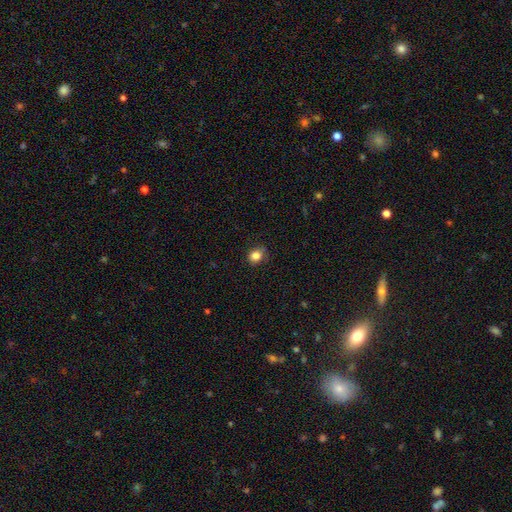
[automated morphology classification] type=smooth (84%); roundness=round (66%); merging=none (80%).